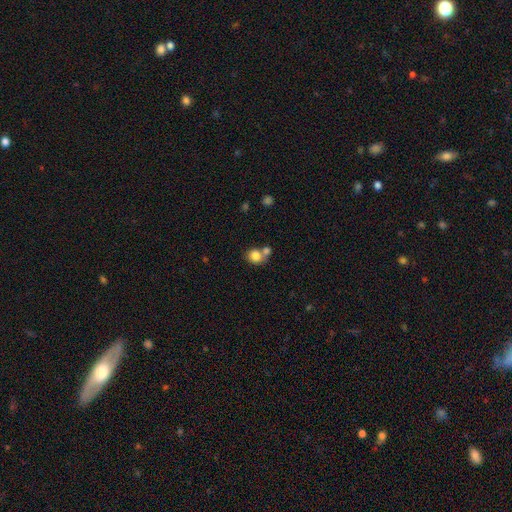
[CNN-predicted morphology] This is clearly a smooth galaxy (81%). How rounded: likely round (72%). Merging: possibly none (47%).